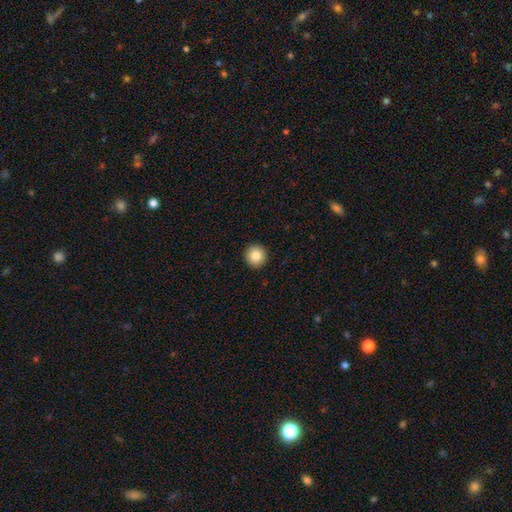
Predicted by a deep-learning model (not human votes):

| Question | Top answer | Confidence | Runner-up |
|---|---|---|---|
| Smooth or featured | smooth | 83% | star or artifact (9%) |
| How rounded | round | 96% | in between (3%) |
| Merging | none | 94% | minor disturbance (4%) |